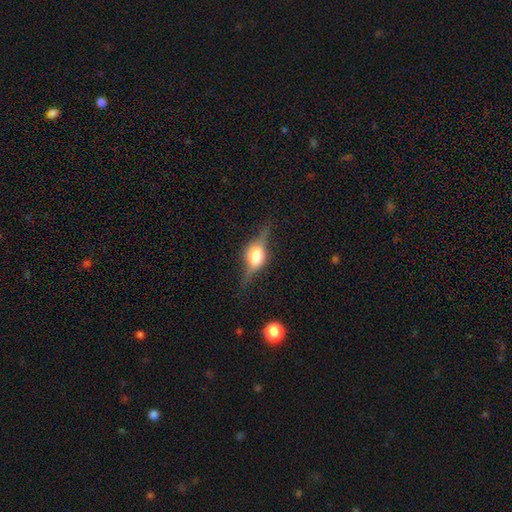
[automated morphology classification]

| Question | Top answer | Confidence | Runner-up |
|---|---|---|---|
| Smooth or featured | featured or disk | 74% | smooth (18%) |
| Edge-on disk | yes | 95% | no (5%) |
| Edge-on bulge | rounded | 91% | boxy (8%) |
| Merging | none | 78% | minor disturbance (15%) |